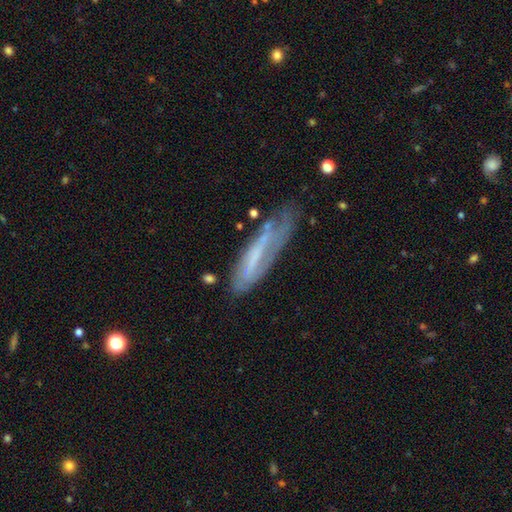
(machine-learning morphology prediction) Smooth or featured? featured or disk (52%)
Edge-on disk? no (57%)
Merging? none (47%)